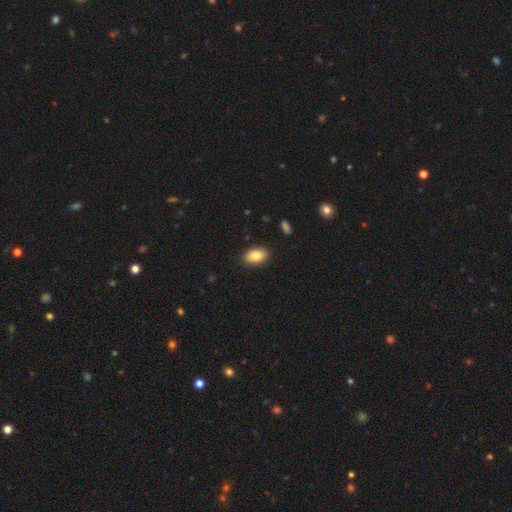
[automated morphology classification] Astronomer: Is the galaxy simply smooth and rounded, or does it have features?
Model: smooth — 86%.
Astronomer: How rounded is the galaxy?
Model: in between — 91%.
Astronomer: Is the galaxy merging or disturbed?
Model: none — 88%.